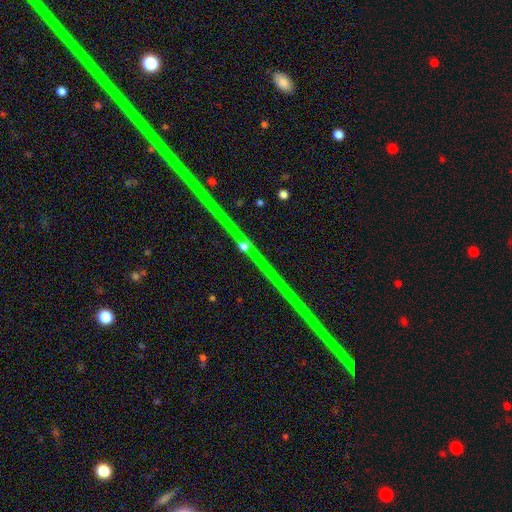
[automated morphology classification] Overall: star or artifact (87%).